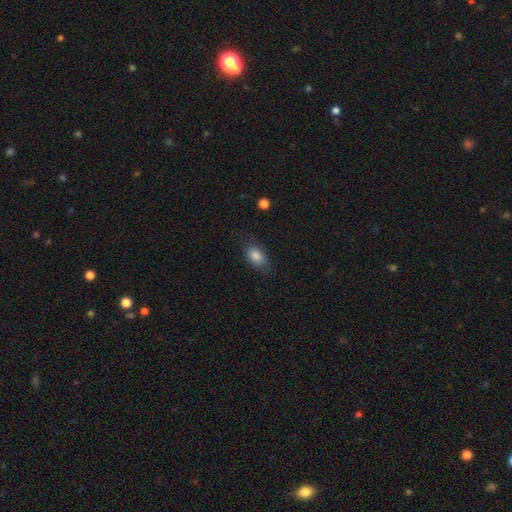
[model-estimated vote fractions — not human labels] A smooth galaxy with no disk features (84%) that is in between round and cigar-shaped (85%).

Vote fractions:
- Smooth or featured? smooth: 84% / featured or disk: 8% / star or artifact: 8%
- How rounded? in between: 85% / round: 12% / cigar-shaped: 3%
- Merging? none: 73% / minor disturbance: 19% / major disturbance: 6% / merger: 1%